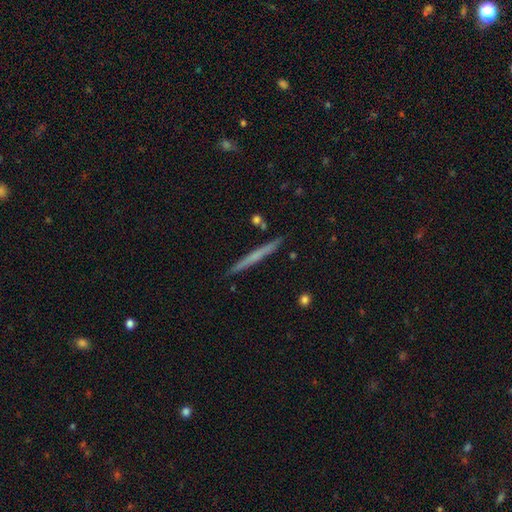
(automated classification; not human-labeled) Morphology: type=smooth (50%); roundness=cigar-shaped (97%); merging=none (91%).